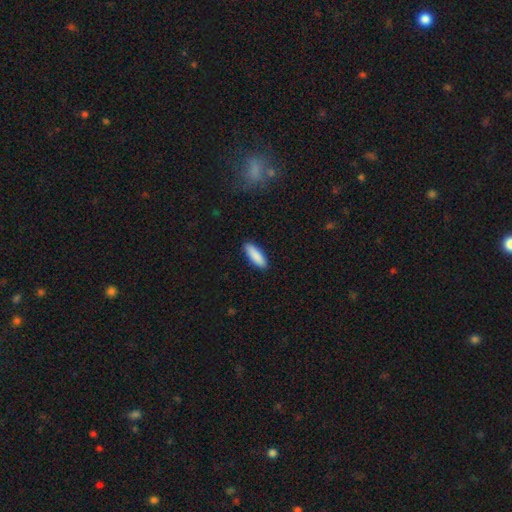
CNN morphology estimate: Smooth or featured: smooth — 89% (star or artifact — 6%)
How rounded: in between — 52% (cigar-shaped — 47%)
Merging: none — 89% (minor disturbance — 8%)